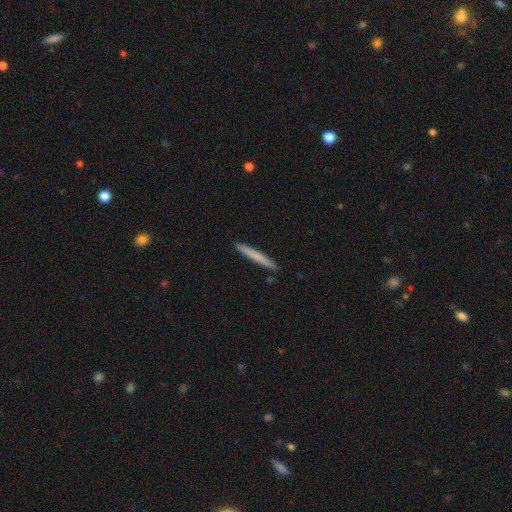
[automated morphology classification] smooth-or-featured: smooth: 69% | featured or disk: 26% | star or artifact: 5%
  how-rounded: cigar-shaped: 97% | in between: 2% | round: 1%
  merging: none: 92% | minor disturbance: 6% | major disturbance: 1% | merger: 1%